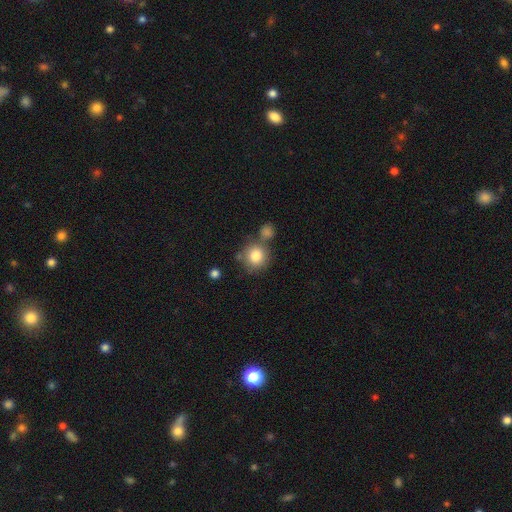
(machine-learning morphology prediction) The model was most divided on "merging": none: 64%, merger: 21%, minor disturbance: 12%, major disturbance: 4%. More confident: how rounded — round (90%); smooth or featured — smooth (83%).